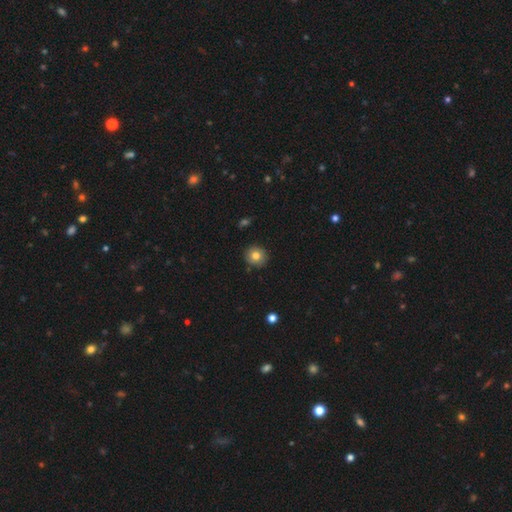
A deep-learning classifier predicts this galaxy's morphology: type=smooth (79%); roundness=round (90%); merging=none (89%).